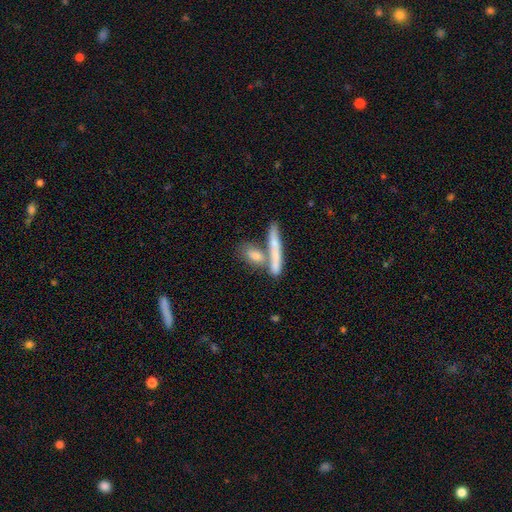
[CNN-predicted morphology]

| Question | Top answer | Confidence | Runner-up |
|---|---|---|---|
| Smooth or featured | smooth | 69% | featured or disk (24%) |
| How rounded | cigar-shaped | 55% | in between (38%) |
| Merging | none | 47% | merger (36%) |